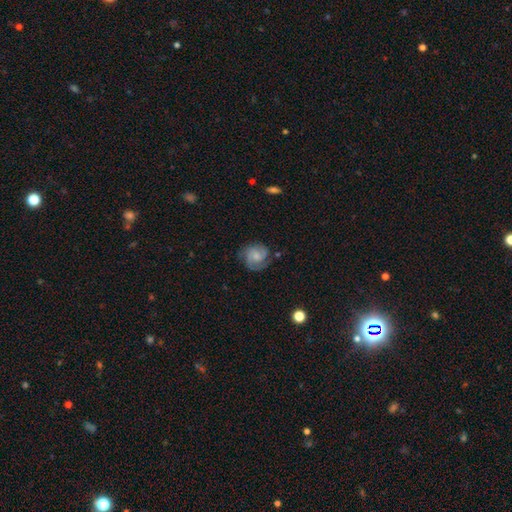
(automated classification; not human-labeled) Overall: featured or disk (73%). Edge-on disk: no (98%). Bar: no (64%; weak 32%). Spiral arms: yes (95%). Spiral arm count: 2 (61%). Spiral winding: tight (49%; medium 41%). Bulge size: small (49%; moderate 35%). Merging: none (73%).